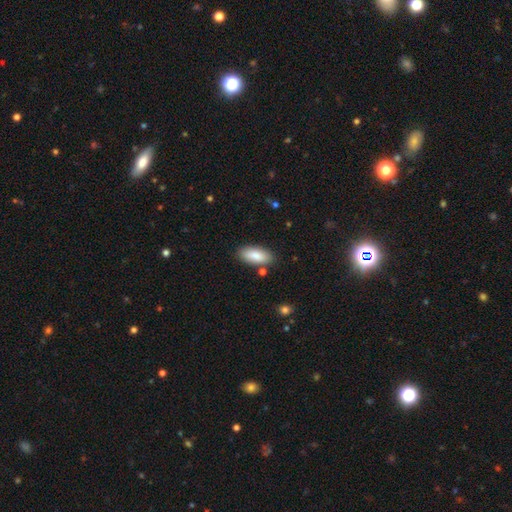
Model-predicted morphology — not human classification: A smooth galaxy with no disk features (85%) that is in between round and cigar-shaped (85%).

Vote fractions:
- Smooth or featured? smooth: 85% / featured or disk: 9% / star or artifact: 6%
- How rounded? in between: 85% / cigar-shaped: 13% / round: 2%
- Merging? none: 84% / minor disturbance: 11% / merger: 4% / major disturbance: 2%